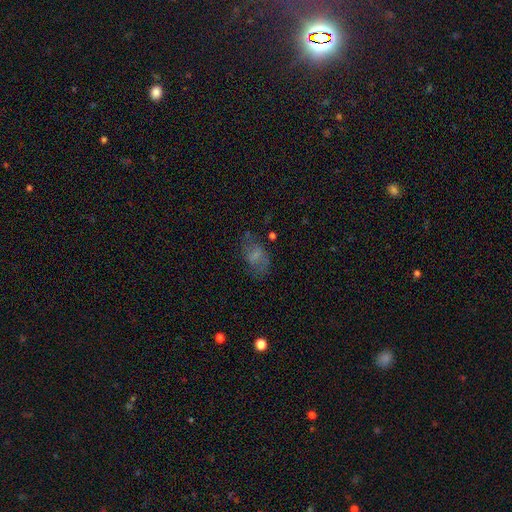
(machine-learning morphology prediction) smooth 54%, featured or disk 32%, star or artifact 14%. Down the decision tree: how rounded — in between (87%); merging — none (57%).